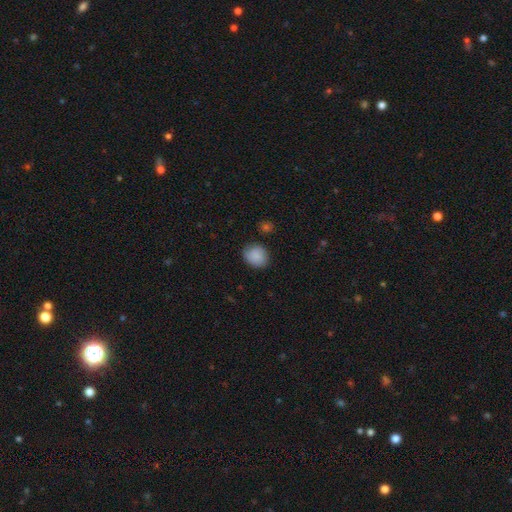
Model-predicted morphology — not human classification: A smooth galaxy with no disk features (88%) that is round (65%). Merging: none (81%).